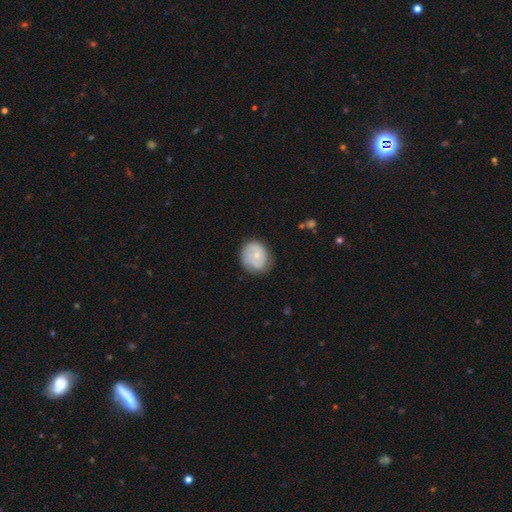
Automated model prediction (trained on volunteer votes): A smooth galaxy with no disk features (50%) that is round (69%). Merging: none (68%).